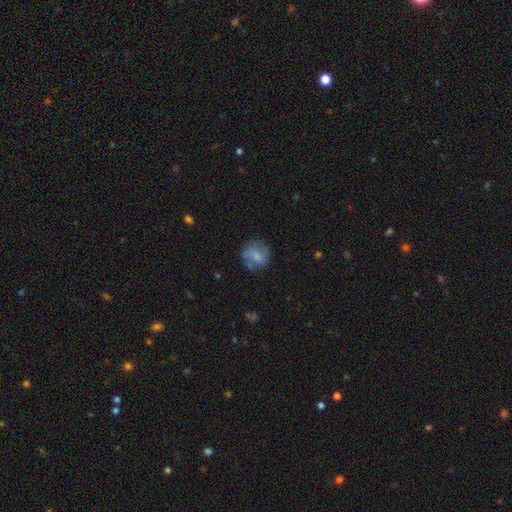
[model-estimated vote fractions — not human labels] smooth_or_featured: smooth (p=0.48) [alt: featured or disk p=0.44]
merging: none (p=0.73) [alt: minor disturbance p=0.18]